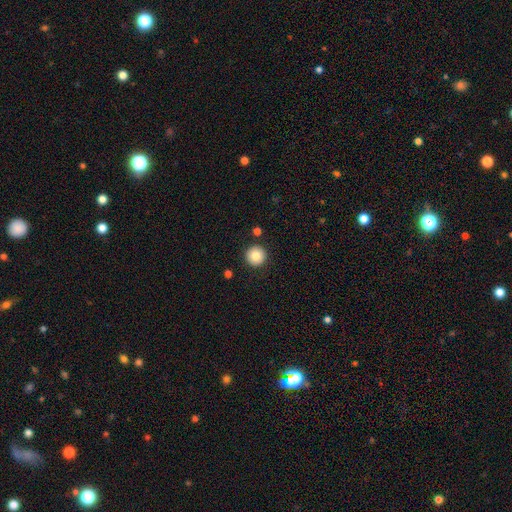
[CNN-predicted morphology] A smooth galaxy with no disk features (83%) that is round (96%). Merging: none (91%).